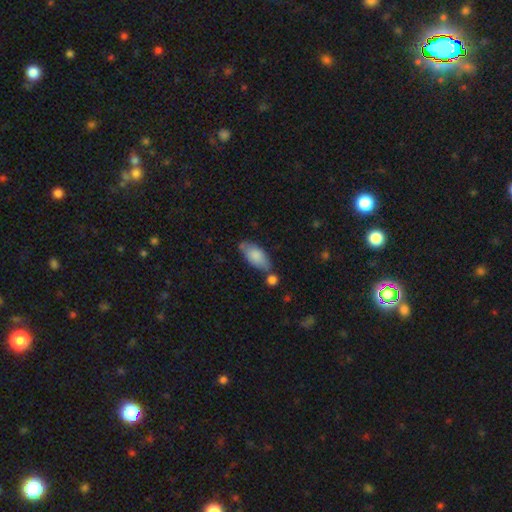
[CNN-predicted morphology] Smooth or featured? smooth (82%)
How rounded? in between (87%)
Merging? none (58%)